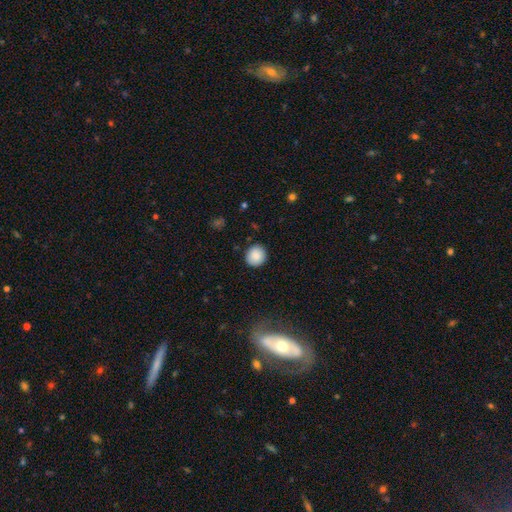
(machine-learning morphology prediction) Smooth or featured: smooth — 88% (star or artifact — 8%)
How rounded: round — 92% (in between — 7%)
Merging: none — 90% (minor disturbance — 7%)